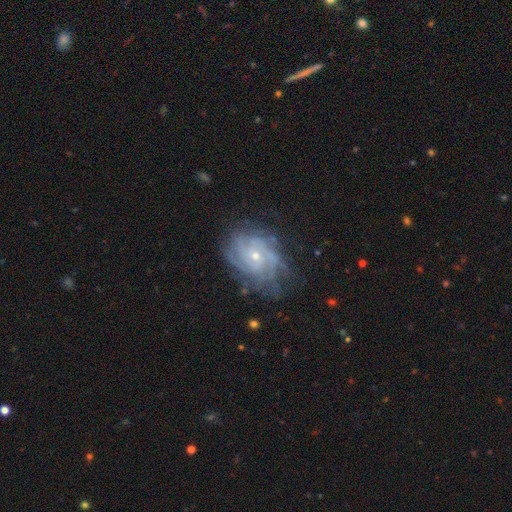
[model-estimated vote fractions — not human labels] smooth_or_featured: featured or disk (p=0.83) [alt: smooth p=0.09]
disk_edge_on: no (p=0.97) [alt: yes p=0.03]
bar: no (p=0.74) [alt: weak p=0.22]
has_spiral_arms: yes (p=0.95) [alt: no p=0.05]
spiral_winding: tight (p=0.64) [alt: medium p=0.29]
spiral_arm_count: can't tell (p=0.36) [alt: 4 p=0.21]
bulge_size: small (p=0.73) [alt: moderate p=0.24]
merging: none (p=0.69) [alt: minor disturbance p=0.20]